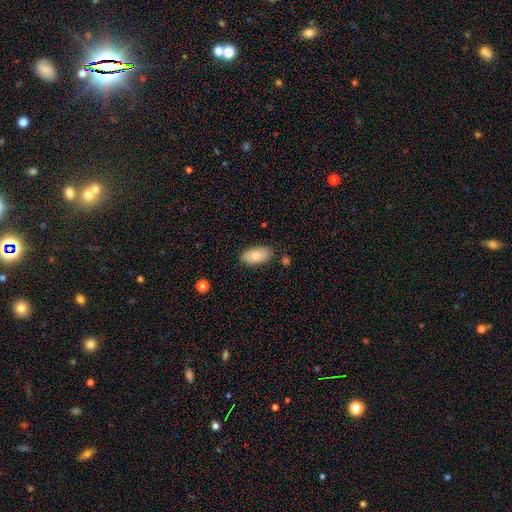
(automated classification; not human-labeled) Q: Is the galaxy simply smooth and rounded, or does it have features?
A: smooth — 79%.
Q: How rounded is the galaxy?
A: in between — 94%.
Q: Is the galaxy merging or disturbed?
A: none — 83%.